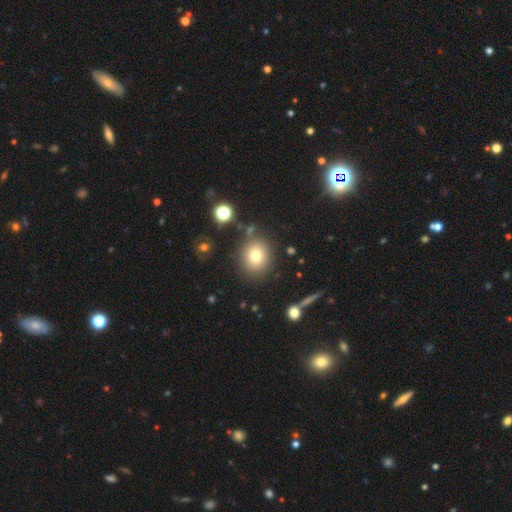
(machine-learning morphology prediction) type=smooth (76%); roundness=round (77%); merging=none (81%).